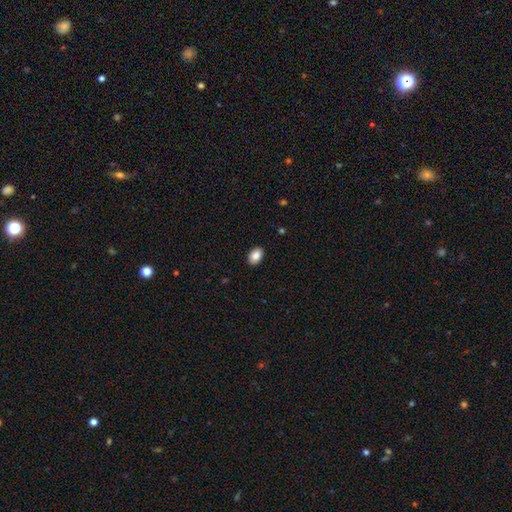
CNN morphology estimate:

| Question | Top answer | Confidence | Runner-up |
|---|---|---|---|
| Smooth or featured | smooth | 87% | star or artifact (7%) |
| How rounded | in between | 87% | round (12%) |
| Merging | none | 90% | minor disturbance (8%) |